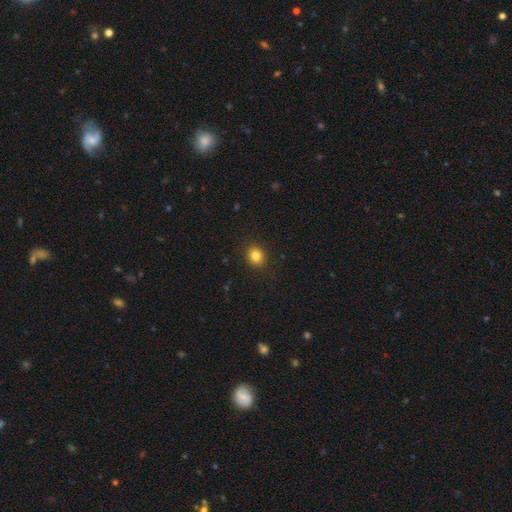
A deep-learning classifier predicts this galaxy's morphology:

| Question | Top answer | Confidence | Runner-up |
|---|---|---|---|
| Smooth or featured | smooth | 83% | star or artifact (11%) |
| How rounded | round | 69% | in between (30%) |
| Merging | none | 90% | minor disturbance (7%) |